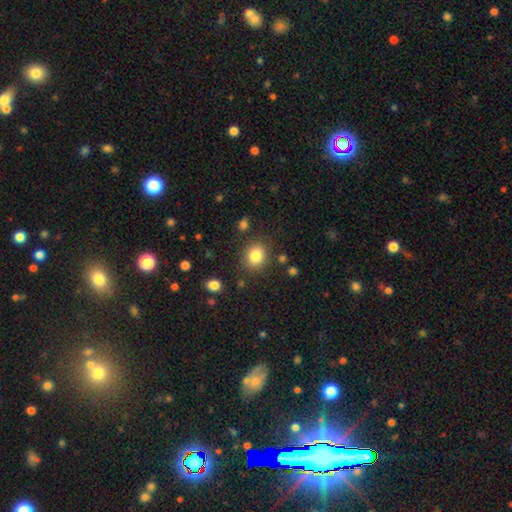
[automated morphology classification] Smooth or featured? smooth (83%)
How rounded? round (70%)
Merging? none (84%)